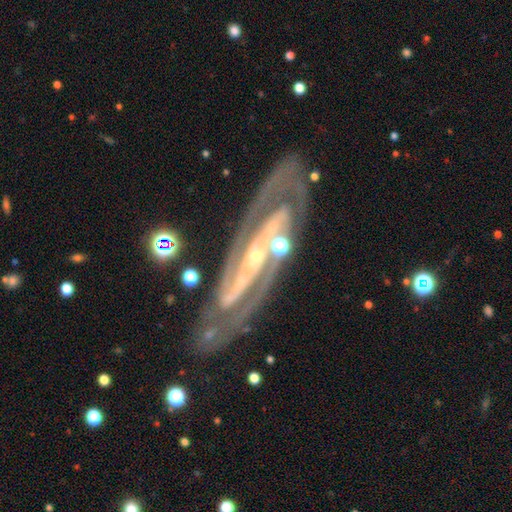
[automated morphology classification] type=featured or disk (92%); edge-on=no (92%); bar=strong (43%); spiral arms=yes (98%); winding=tight (48%); arm count=2 (85%); bulge=small (72%); merging=none (79%).